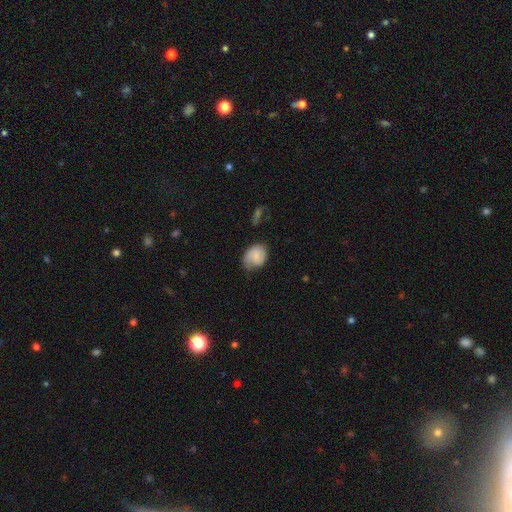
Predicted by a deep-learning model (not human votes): A smooth galaxy with no disk features (71%) that is in between round and cigar-shaped (56%). Merging: none (51%).